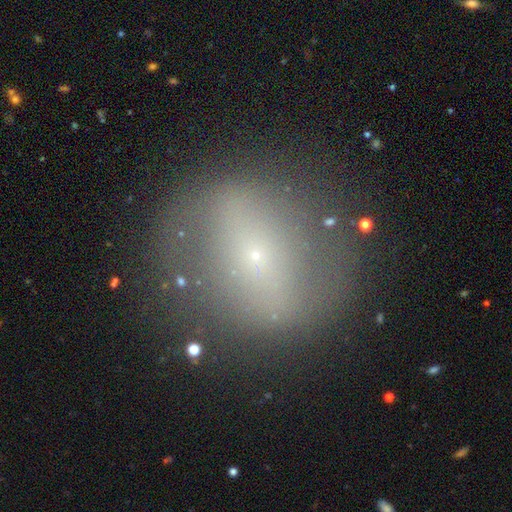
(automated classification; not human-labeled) Smooth or featured?
  - featured or disk: 48% *
  - smooth: 36%
  - star or artifact: 16%
Merging?
  - none: 77% *
  - minor disturbance: 13%
  - major disturbance: 7%
  - merger: 2%